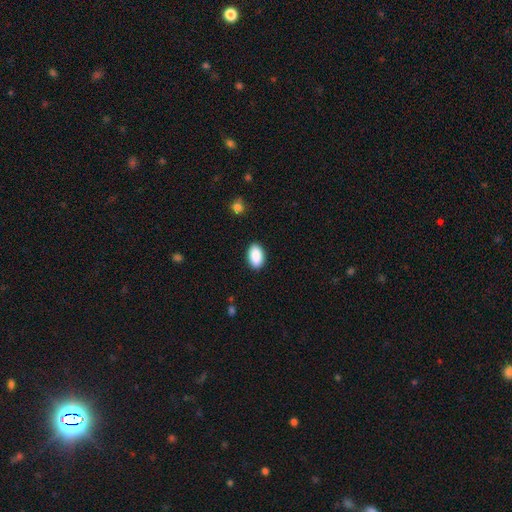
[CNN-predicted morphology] This appears to be a smooth galaxy with no disk features (90%) that is in between round and cigar-shaped (93%). Merging: none (89%).